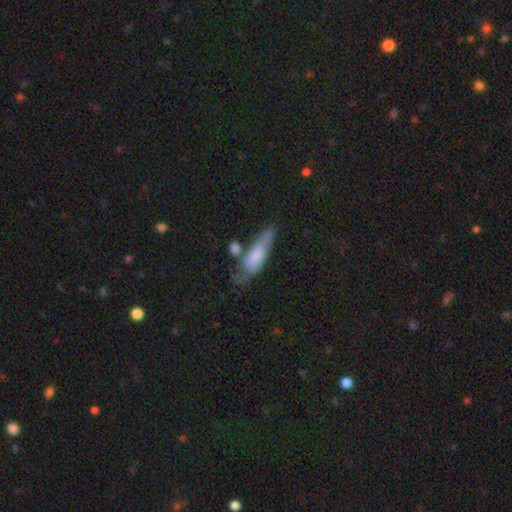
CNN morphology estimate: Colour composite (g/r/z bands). It shows a smooth galaxy with no disk features (59%) that is in between round and cigar-shaped (52%). Merging: none (35%).